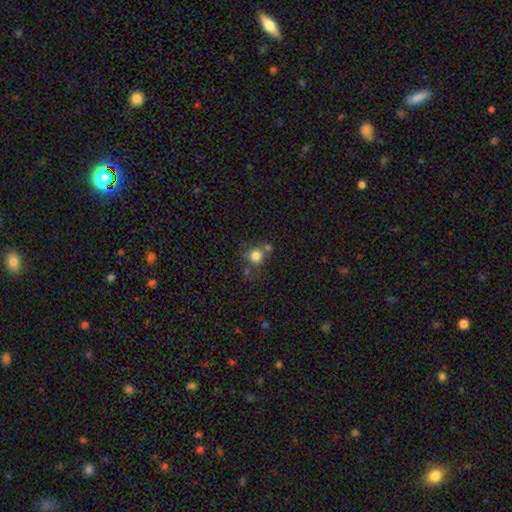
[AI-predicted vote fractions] This appears to be a smooth galaxy with no disk features (78%) that is round (86%). Merging: none (54%).